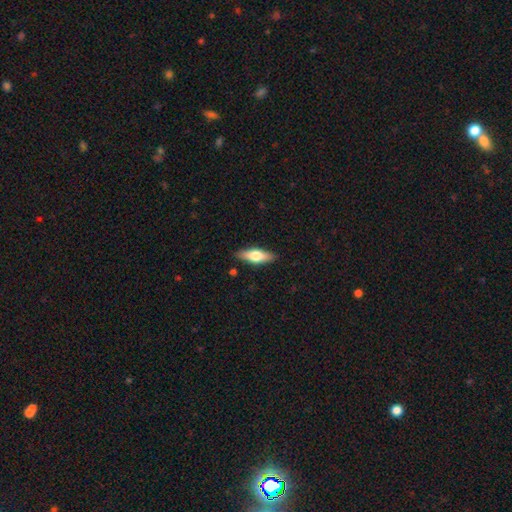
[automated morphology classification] This appears to be a smooth galaxy with no disk features (57%) that is in between round and cigar-shaped (54%). Merging: none (87%).